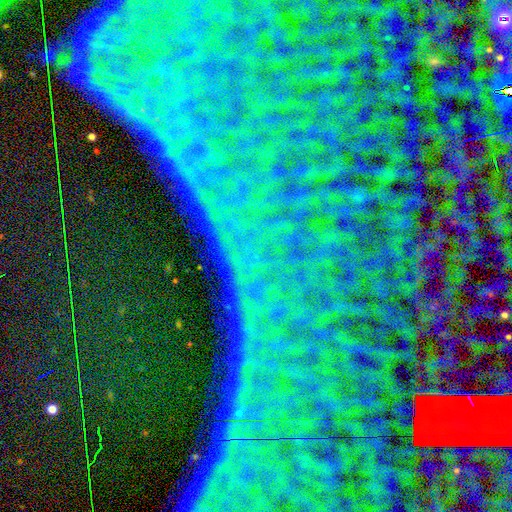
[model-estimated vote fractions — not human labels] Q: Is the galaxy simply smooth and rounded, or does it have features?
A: star or artifact — 83%.